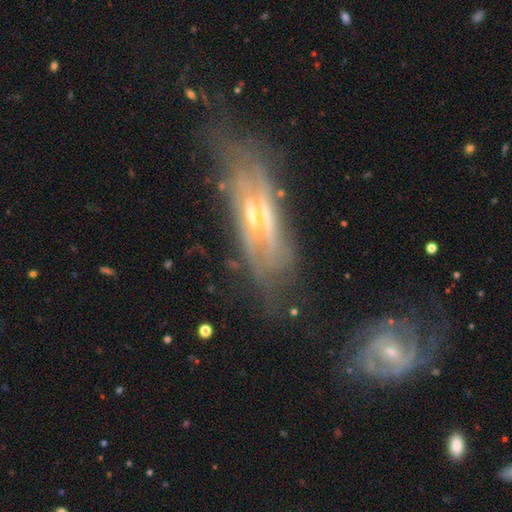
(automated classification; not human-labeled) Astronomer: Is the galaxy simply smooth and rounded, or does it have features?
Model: featured or disk — 74%.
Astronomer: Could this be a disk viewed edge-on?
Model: yes — 52% (runner-up: no, 48%).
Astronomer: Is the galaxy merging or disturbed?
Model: none — 59%.